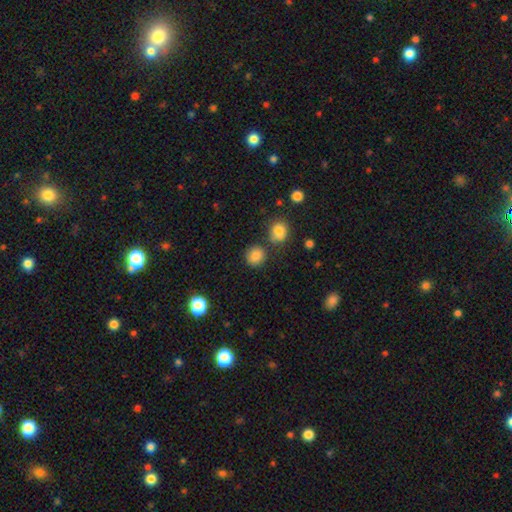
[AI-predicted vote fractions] The model was most divided on "merging": none: 80%, minor disturbance: 9%, merger: 8%, major disturbance: 3%. More confident: how rounded — round (87%); smooth or featured — smooth (84%).